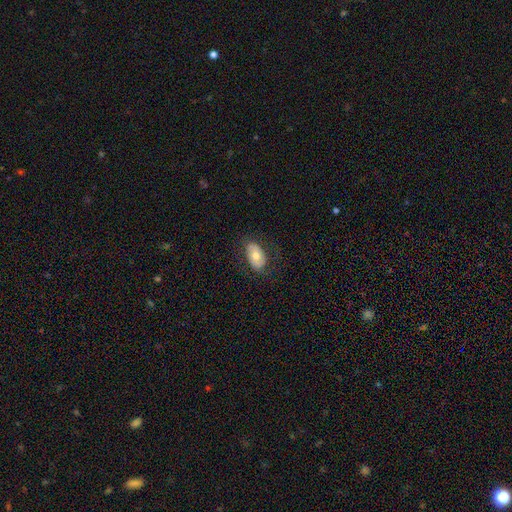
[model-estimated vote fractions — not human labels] A smooth galaxy with no disk features (63%) that is in between round and cigar-shaped (92%). Merging: none (79%).